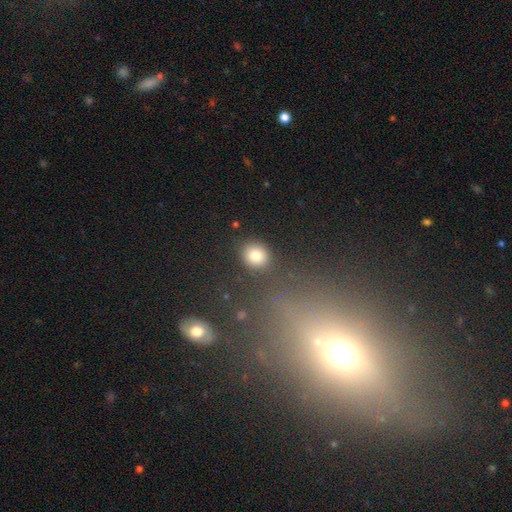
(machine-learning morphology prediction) Overall: smooth (83%). How rounded: round (72%). Merging: none (84%).